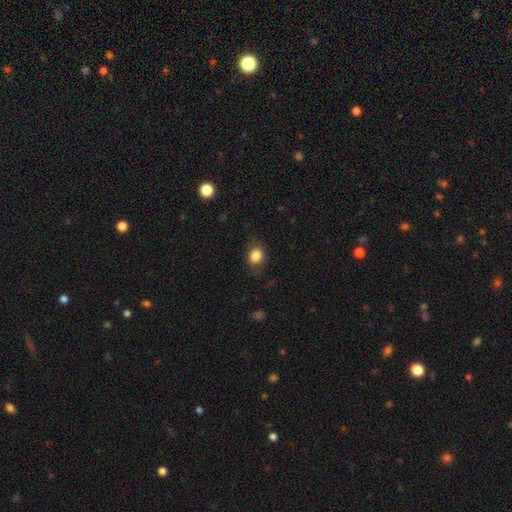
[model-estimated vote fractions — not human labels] The model was most divided on "how rounded": in between: 55%, round: 44%, cigar-shaped: 1%. More confident: smooth or featured — smooth (84%); merging — none (76%).